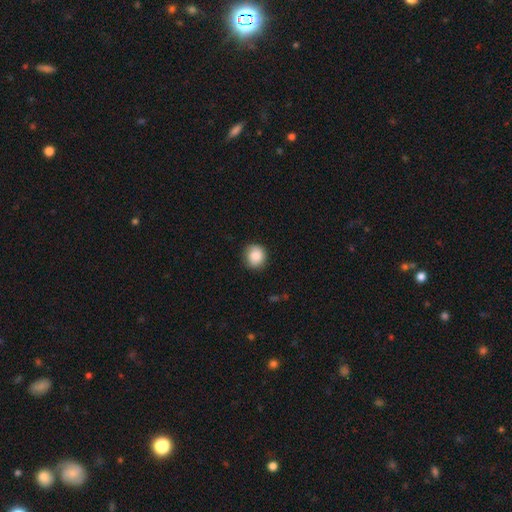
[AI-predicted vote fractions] The model was most divided on "merging": none: 83%, minor disturbance: 13%, major disturbance: 3%, merger: 1%. More confident: smooth or featured — smooth (86%); how rounded — round (85%).